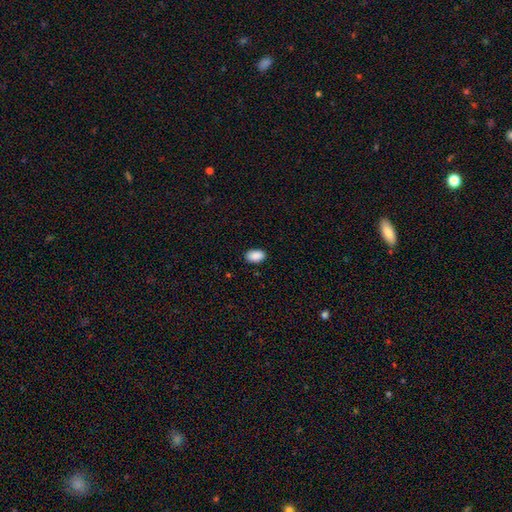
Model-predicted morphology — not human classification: A smooth galaxy with no disk features (90%) that is in between round and cigar-shaped (91%). Merging: none (88%).